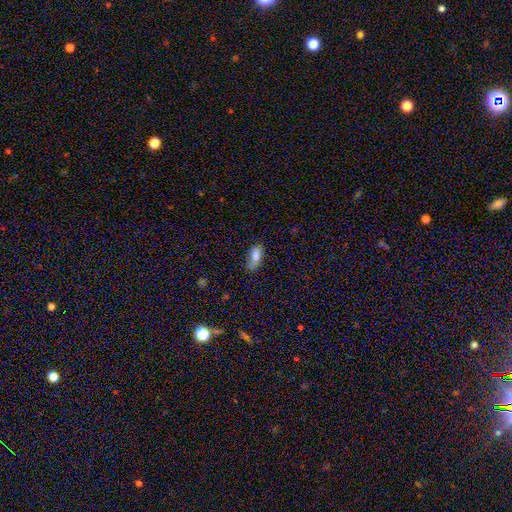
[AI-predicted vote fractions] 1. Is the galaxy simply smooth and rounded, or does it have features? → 79% smooth, 13% featured or disk, 8% star or artifact.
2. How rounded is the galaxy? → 84% in between, 12% cigar-shaped, 3% round.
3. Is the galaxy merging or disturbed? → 55% none, 32% minor disturbance, 10% major disturbance, 4% merger.